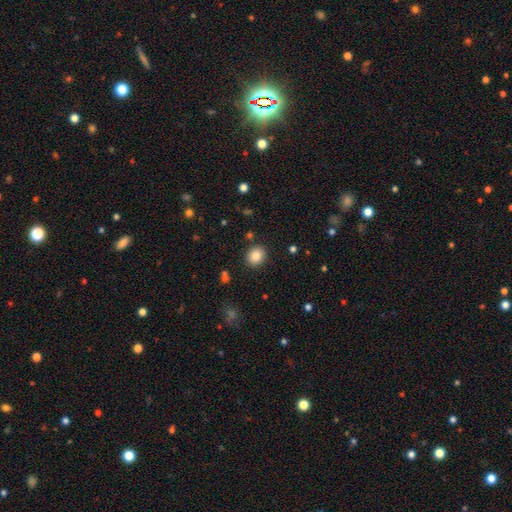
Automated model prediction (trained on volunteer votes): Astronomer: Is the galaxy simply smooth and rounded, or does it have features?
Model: smooth — 84%.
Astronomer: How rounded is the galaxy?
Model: round — 67%.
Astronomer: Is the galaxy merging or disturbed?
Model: none — 88%.